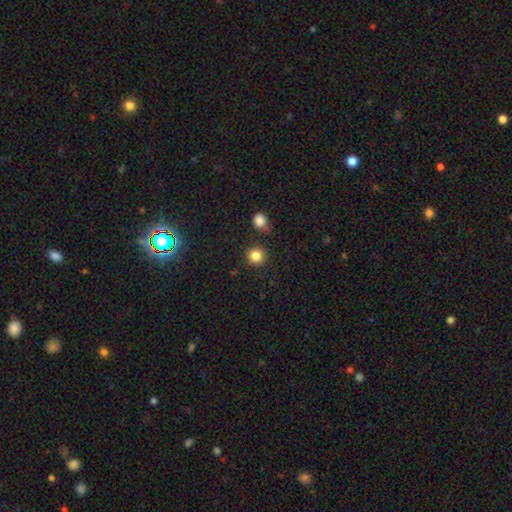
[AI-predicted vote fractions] smooth 84%, star or artifact 12%, featured or disk 5%. Down the decision tree: how rounded — round (93%); merging — none (85%).